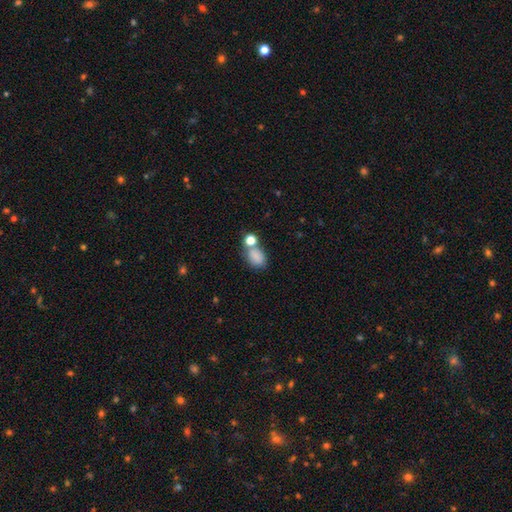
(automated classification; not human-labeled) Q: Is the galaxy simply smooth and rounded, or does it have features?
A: smooth — 82%.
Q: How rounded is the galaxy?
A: in between — 75%.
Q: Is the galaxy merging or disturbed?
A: none — 47%.